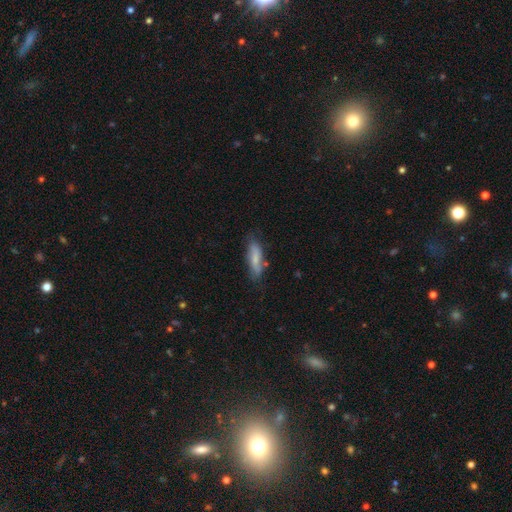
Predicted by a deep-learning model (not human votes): smooth 65%, featured or disk 28%, star or artifact 7%. Down the decision tree: how rounded — cigar-shaped (62%); merging — none (71%).